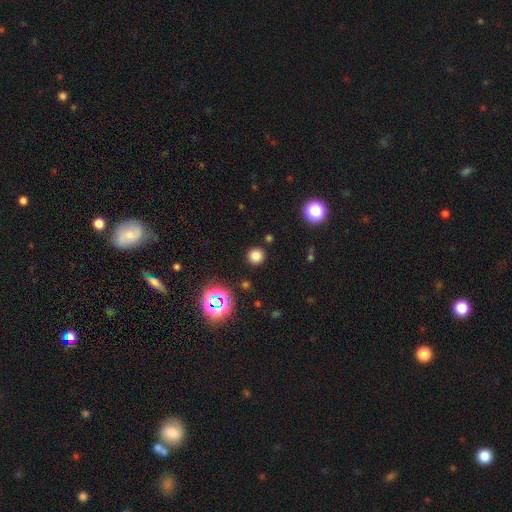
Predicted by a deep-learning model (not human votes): A smooth galaxy with no disk features (76%) that is round (93%). Merging: none (89%).